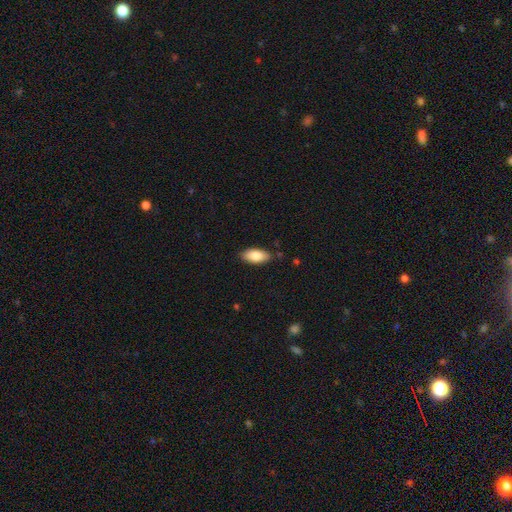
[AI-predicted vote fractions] Overall: smooth (84%). How rounded: in between (90%). Merging: none (84%).